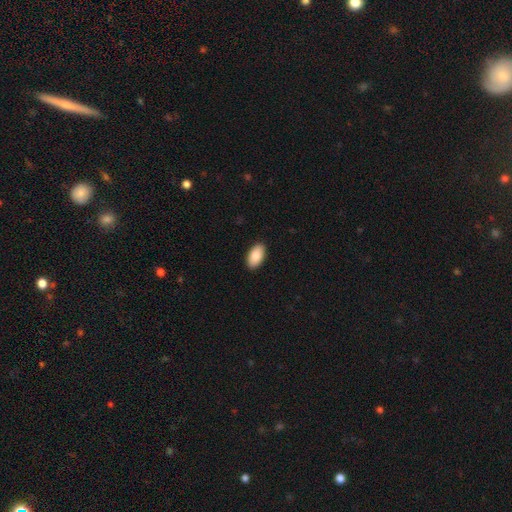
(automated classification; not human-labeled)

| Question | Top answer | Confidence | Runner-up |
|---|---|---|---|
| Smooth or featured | smooth | 89% | star or artifact (6%) |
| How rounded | in between | 95% | round (3%) |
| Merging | none | 91% | minor disturbance (7%) |